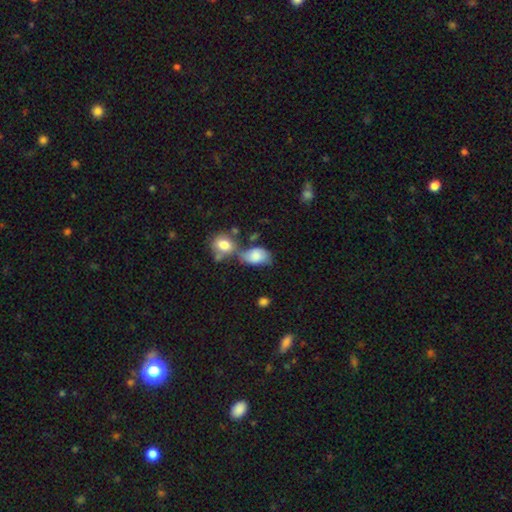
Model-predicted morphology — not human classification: smooth 76%, featured or disk 16%, star or artifact 8%. Down the decision tree: how rounded — in between (86%); merging — merger (35%).